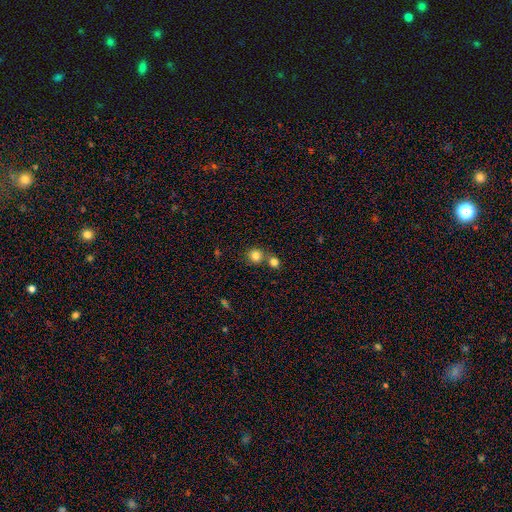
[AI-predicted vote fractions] Smooth or featured?
  - smooth: 82% *
  - star or artifact: 11%
  - featured or disk: 6%
How rounded?
  - round: 90% *
  - in between: 9%
  - cigar-shaped: 1%
Merging?
  - none: 61% *
  - merger: 28%
  - minor disturbance: 8%
  - major disturbance: 3%